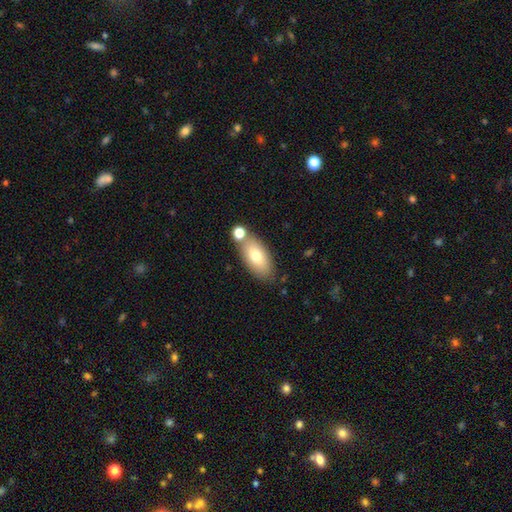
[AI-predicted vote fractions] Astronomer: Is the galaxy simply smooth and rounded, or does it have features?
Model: smooth — 75%.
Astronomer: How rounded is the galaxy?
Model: in between — 90%.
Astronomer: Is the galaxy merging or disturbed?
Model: none — 68%.